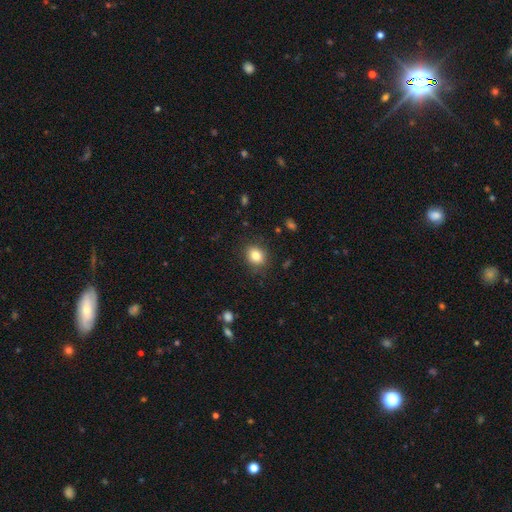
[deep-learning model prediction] The model was most divided on "how rounded": round: 55%, in between: 44%, cigar-shaped: 1%. More confident: merging — none (85%); smooth or featured — smooth (83%).